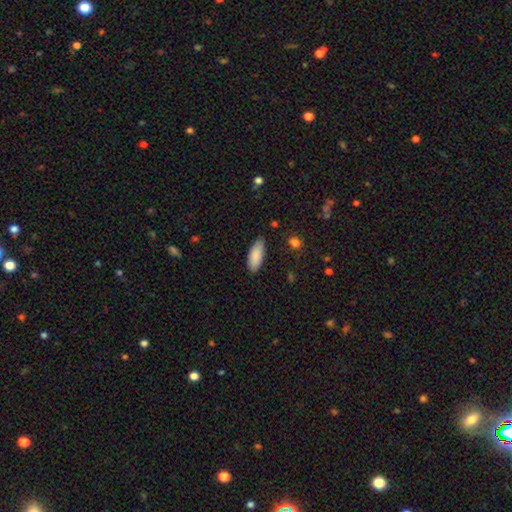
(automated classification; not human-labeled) Smooth or featured? Predicted: smooth (p=0.89). How rounded? Predicted: in between (p=0.81). Merging? Predicted: none (p=0.82).